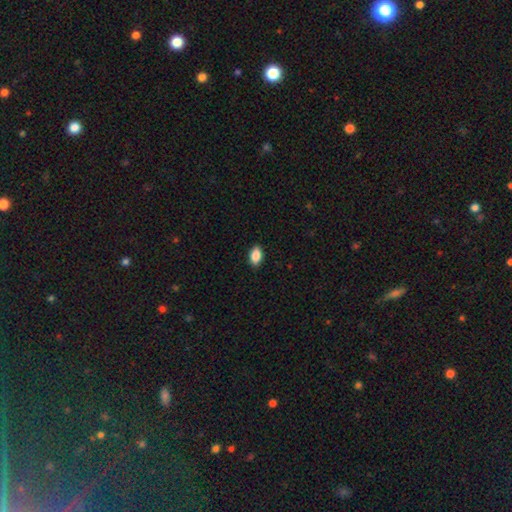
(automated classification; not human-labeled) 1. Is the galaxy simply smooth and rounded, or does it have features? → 87% smooth, 7% star or artifact, 5% featured or disk.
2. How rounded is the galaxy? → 91% in between, 7% round, 2% cigar-shaped.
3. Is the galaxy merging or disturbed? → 89% none, 8% minor disturbance, 2% major disturbance, 1% merger.